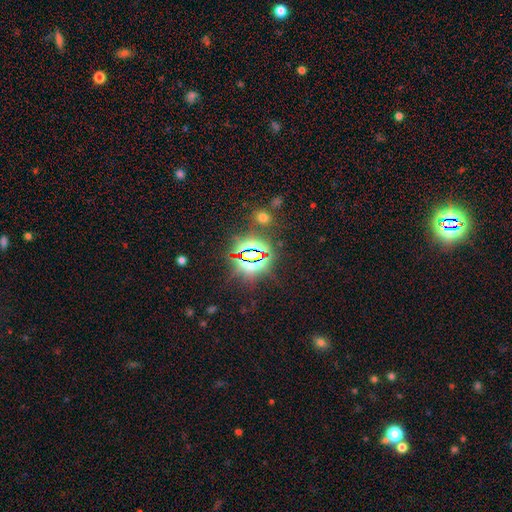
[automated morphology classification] smooth_or_featured: star or artifact (p=0.82) [alt: smooth p=0.10]